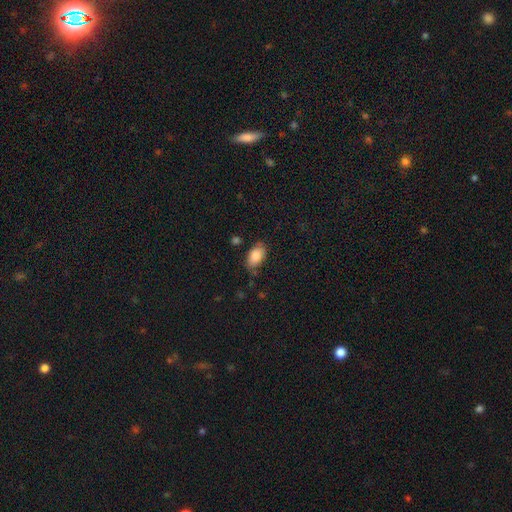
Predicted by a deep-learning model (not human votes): A smooth galaxy with no disk features (85%) that is in between round and cigar-shaped (93%).

Vote fractions:
- Smooth or featured? smooth: 85% / featured or disk: 8% / star or artifact: 7%
- How rounded? in between: 93% / round: 5% / cigar-shaped: 2%
- Merging? none: 76% / minor disturbance: 18% / major disturbance: 4% / merger: 3%